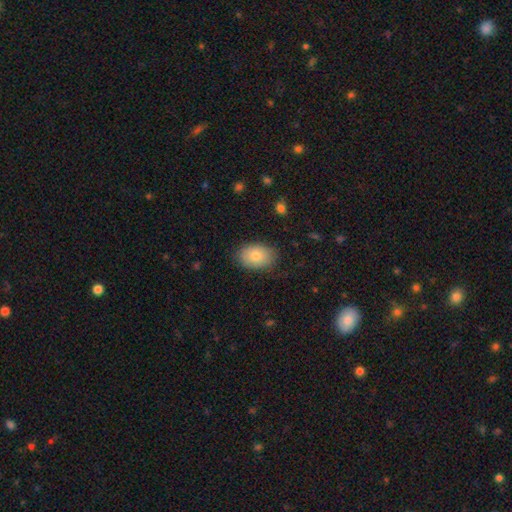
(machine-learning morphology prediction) A smooth galaxy with no disk features (81%) that is in between round and cigar-shaped (81%). Merging: none (83%).